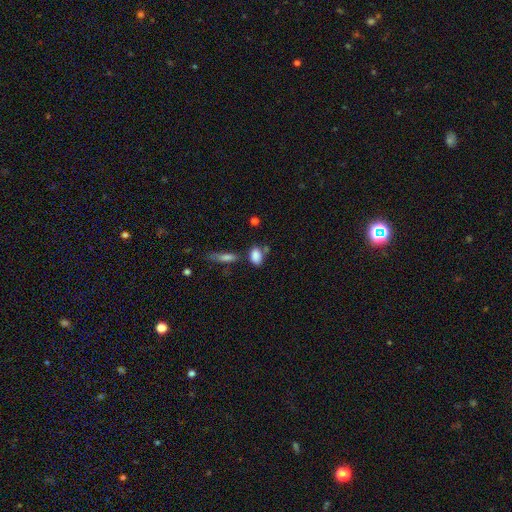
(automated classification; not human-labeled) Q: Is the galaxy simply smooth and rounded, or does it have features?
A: smooth — 85%.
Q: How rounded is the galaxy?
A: in between — 81%.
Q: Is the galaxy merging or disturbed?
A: none — 52%.